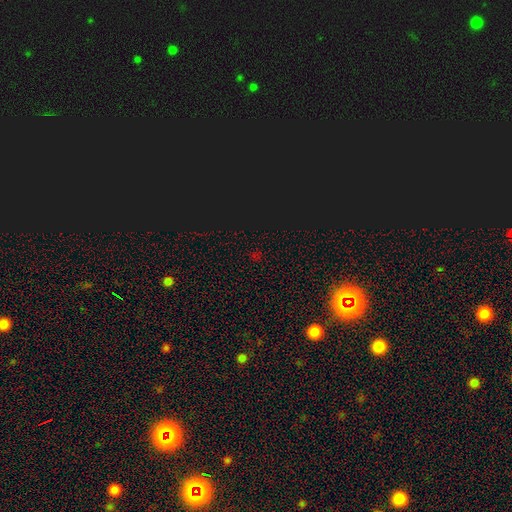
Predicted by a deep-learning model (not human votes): This is likely a star or artifact rather than a galaxy (72%).